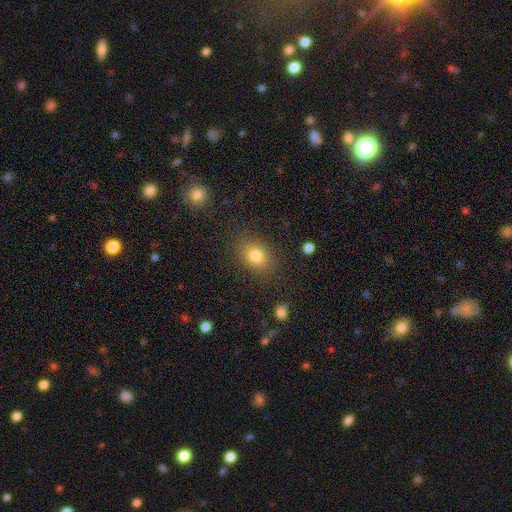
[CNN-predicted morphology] This appears to be a smooth galaxy with no disk features (80%) that is in between round and cigar-shaped (70%). Merging: none (84%).